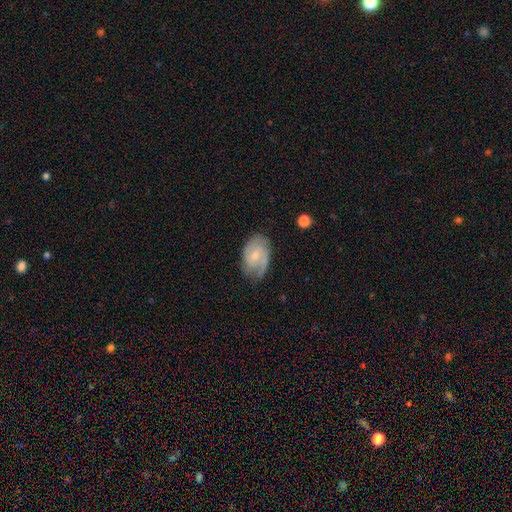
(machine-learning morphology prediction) The model was most divided on "spiral winding": tight: 43%, medium: 42%, loose: 15%. Remaining: edge-on disk — no (97%); spiral arms — yes (90%); smooth or featured — featured or disk (68%); merging — none (63%); spiral arm count — 2 (56%); bulge size — small (55%); bar — weak (48%).